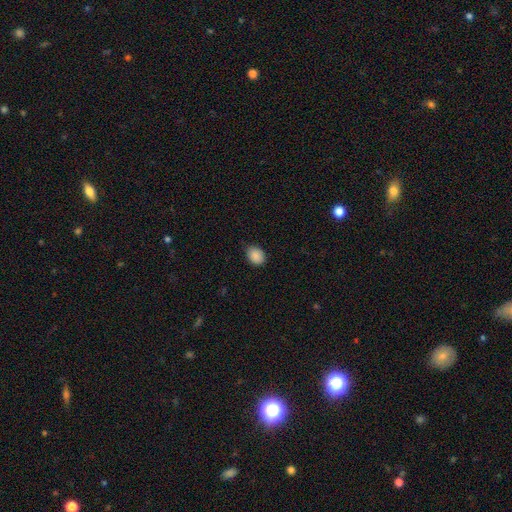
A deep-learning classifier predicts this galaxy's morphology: Smooth or featured: smooth — 89% (star or artifact — 8%)
How rounded: in between — 60% (round — 39%)
Merging: none — 79% (minor disturbance — 18%)